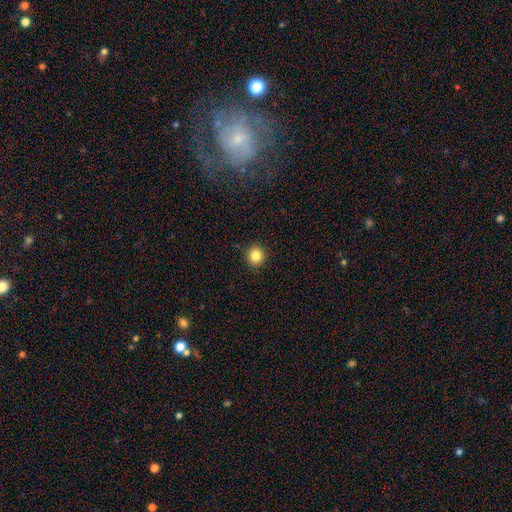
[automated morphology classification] This appears to be a smooth galaxy with no disk features (85%) that is round (89%). Merging: none (91%).